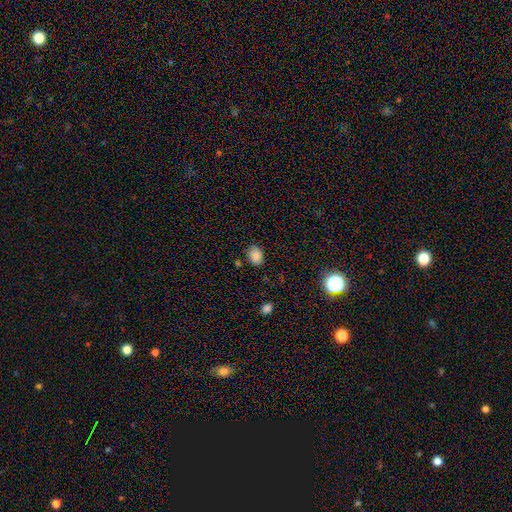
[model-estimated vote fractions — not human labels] Smooth or featured?
  - smooth: 83% *
  - star or artifact: 11%
  - featured or disk: 6%
How rounded?
  - in between: 70% *
  - round: 29%
  - cigar-shaped: 1%
Merging?
  - none: 79% *
  - minor disturbance: 15%
  - major disturbance: 3%
  - merger: 3%